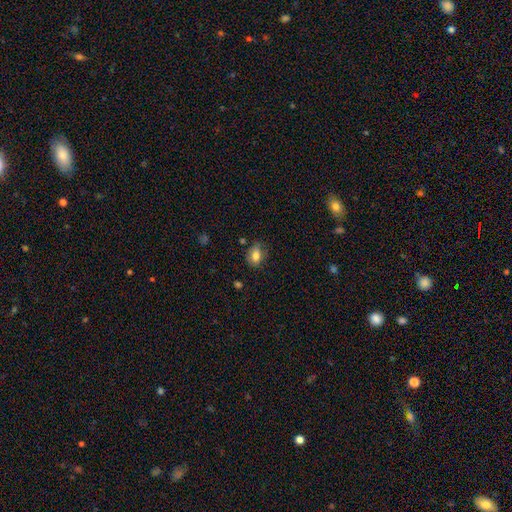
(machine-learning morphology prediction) Smooth or featured? smooth (79%)
How rounded? in between (62%)
Merging? none (69%)